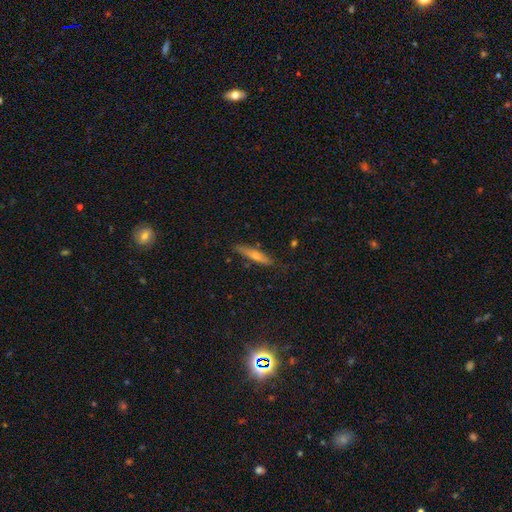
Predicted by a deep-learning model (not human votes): The model was most divided on "smooth or featured": smooth: 58%, featured or disk: 36%, star or artifact: 7%. More confident: how rounded — cigar-shaped (86%); merging — none (80%).